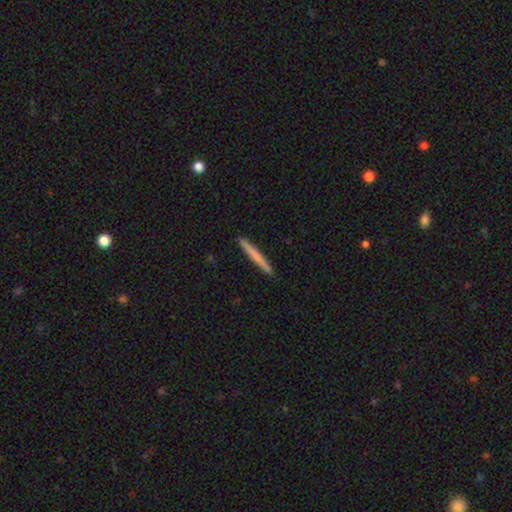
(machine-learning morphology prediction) This is likely a smooth galaxy (68%). How rounded: clearly cigar-shaped (97%). Merging: clearly none (92%).